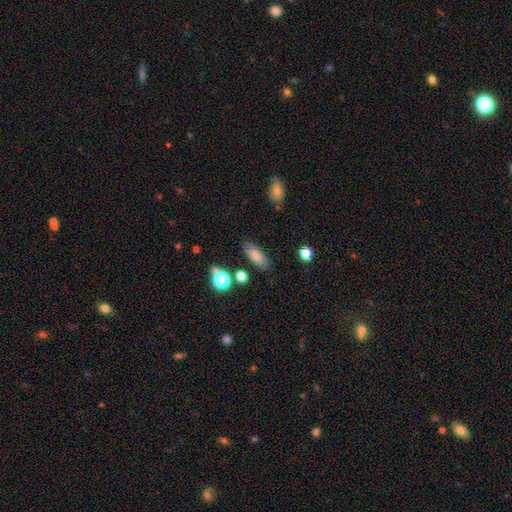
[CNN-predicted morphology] Smooth or featured? Predicted: smooth (p=0.79). How rounded? Predicted: in between (p=0.74). Merging? Predicted: none (p=0.81).